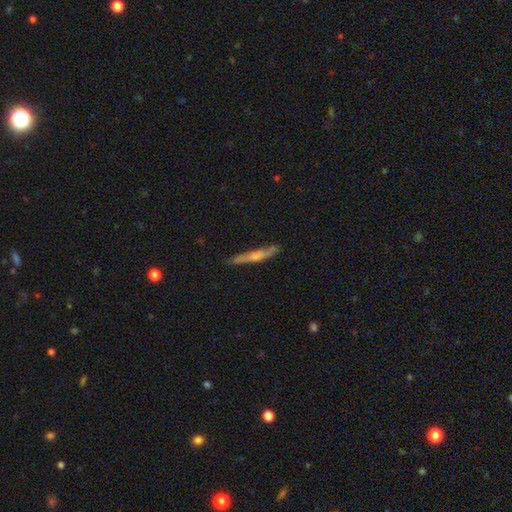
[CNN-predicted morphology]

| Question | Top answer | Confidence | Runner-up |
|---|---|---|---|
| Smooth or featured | smooth | 51% | featured or disk (43%) |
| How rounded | cigar-shaped | 94% | in between (4%) |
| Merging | none | 81% | minor disturbance (14%) |